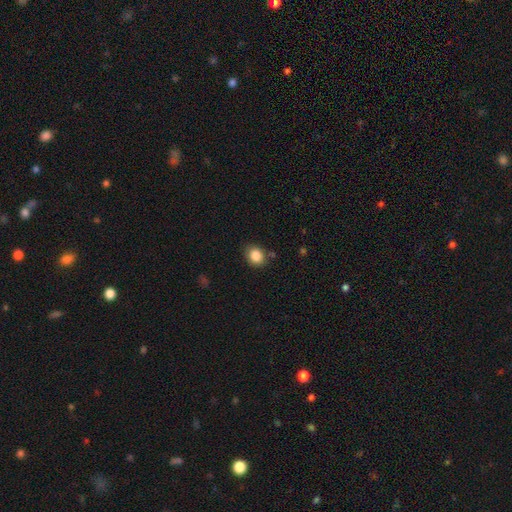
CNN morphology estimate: The model was most divided on "how rounded": round: 60%, in between: 39%, cigar-shaped: 1%. More confident: smooth or featured — smooth (86%); merging — none (80%).